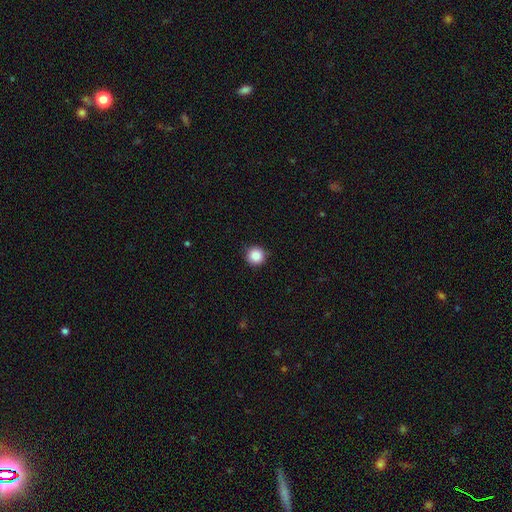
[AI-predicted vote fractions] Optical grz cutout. It shows a smooth galaxy with no disk features (88%) that is round (95%). Merging: none (90%).